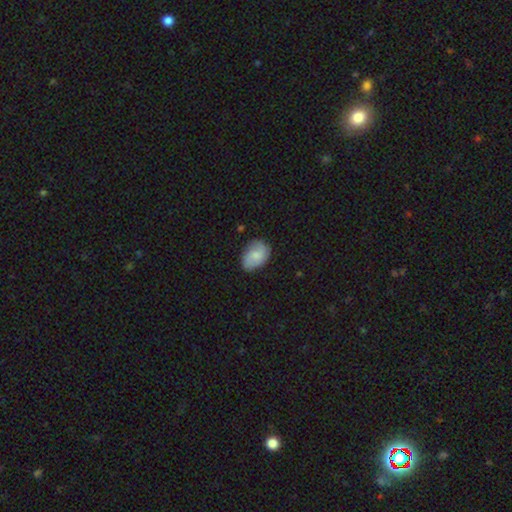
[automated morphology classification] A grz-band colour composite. It shows a smooth galaxy with no disk features (69%) that is in between round and cigar-shaped (80%). Merging: none (68%).